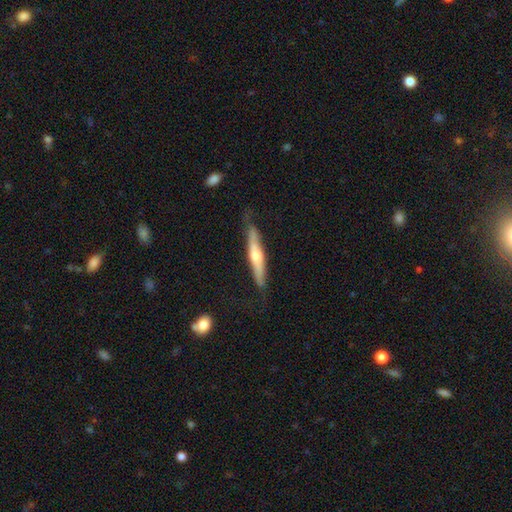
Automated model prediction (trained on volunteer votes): Smooth or featured? featured or disk (59%)
Edge-on disk? yes (90%)
Edge-on bulge? rounded (80%)
Merging? none (72%)